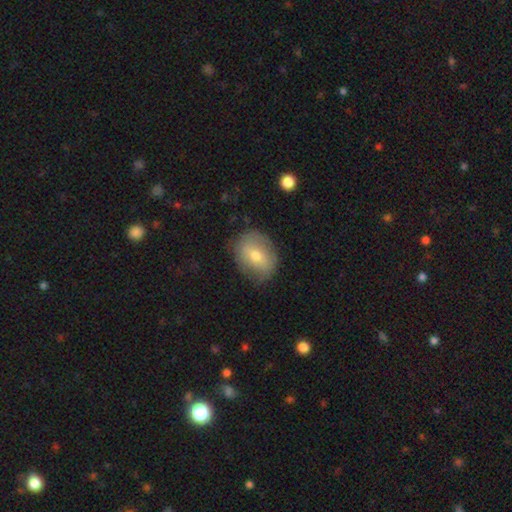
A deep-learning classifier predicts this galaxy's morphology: smooth 59%, featured or disk 33%, star or artifact 8%. Down the decision tree: how rounded — in between (59%); merging — none (75%).